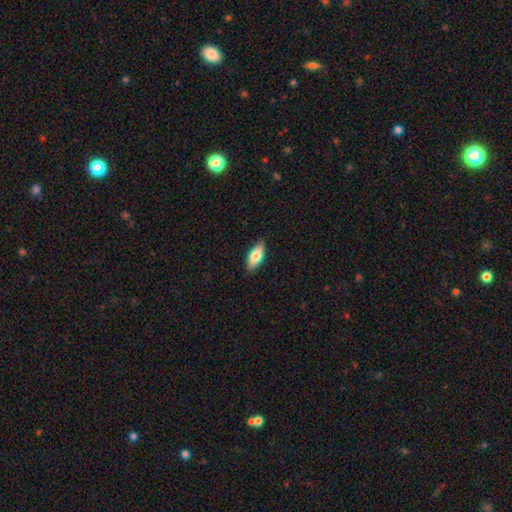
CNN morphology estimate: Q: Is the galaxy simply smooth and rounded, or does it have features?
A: smooth — 75%.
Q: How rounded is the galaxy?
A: in between — 77%.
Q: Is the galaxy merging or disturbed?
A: none — 87%.